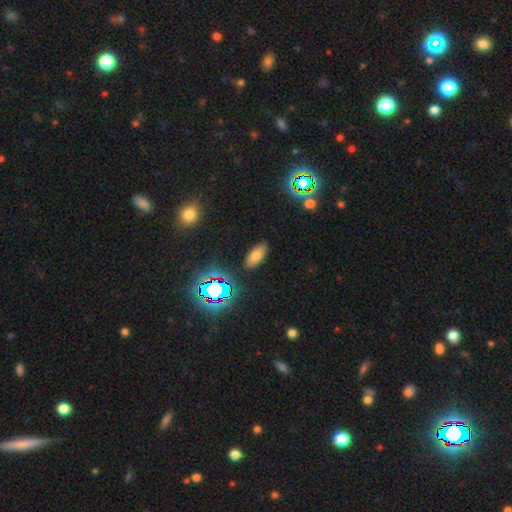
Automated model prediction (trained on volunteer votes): Q: Smooth or featured?
A: smooth (70%); runner-up: star or artifact (21%)
Q: How rounded?
A: in between (86%); runner-up: cigar-shaped (10%)
Q: Merging?
A: none (87%); runner-up: minor disturbance (9%)